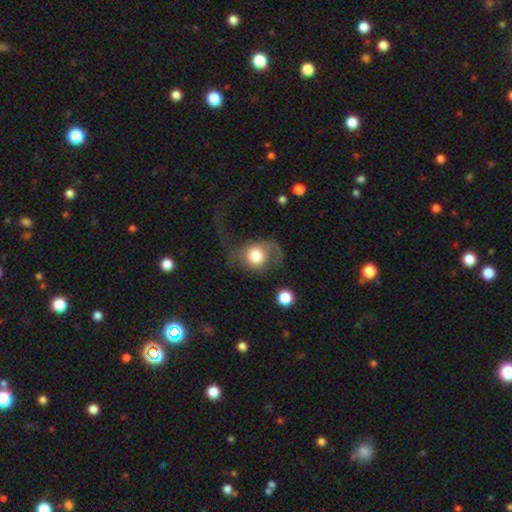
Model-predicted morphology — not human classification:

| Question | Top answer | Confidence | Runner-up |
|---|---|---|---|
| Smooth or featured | smooth | 65% | featured or disk (27%) |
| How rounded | round | 71% | in between (28%) |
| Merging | major disturbance | 52% | none (26%) |